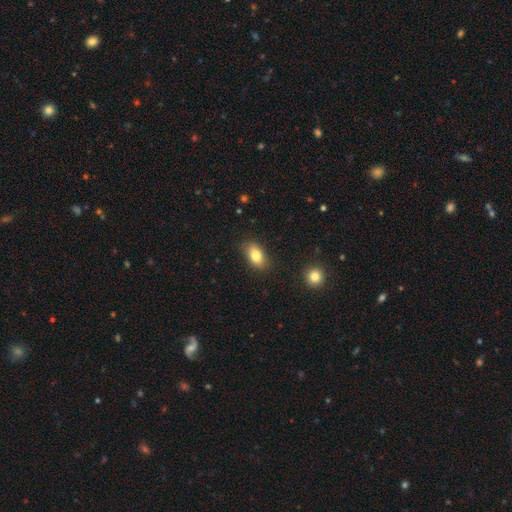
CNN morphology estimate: smooth_or_featured: smooth (p=0.82) [alt: featured or disk p=0.10]
how_rounded: in between (p=0.88) [alt: round p=0.08]
merging: none (p=0.84) [alt: minor disturbance p=0.12]